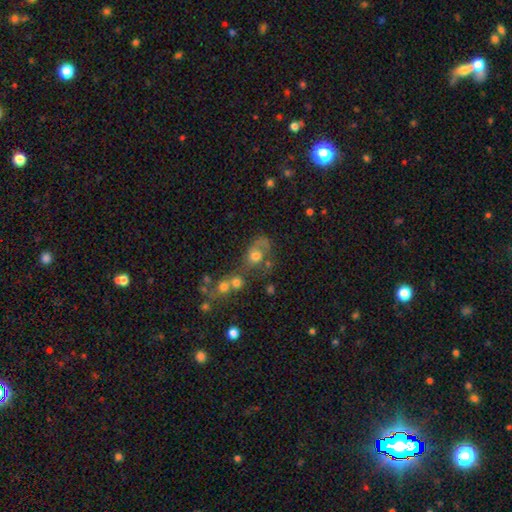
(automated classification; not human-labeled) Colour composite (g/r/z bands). It shows a smooth galaxy with no disk features (56%) that is in between round and cigar-shaped (49%, tied with round). Merging: merger (37%).